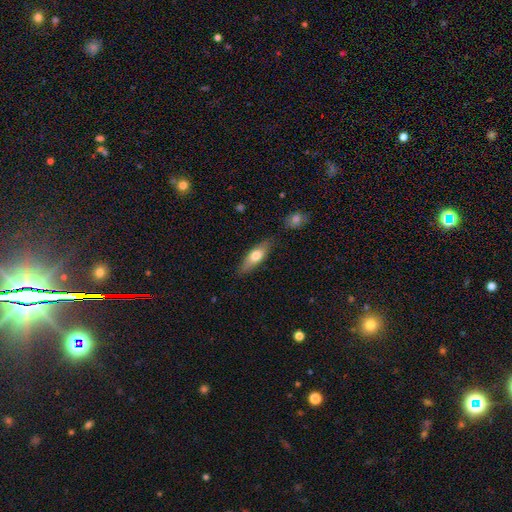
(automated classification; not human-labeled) This is likely a smooth galaxy (64%). How rounded: possibly in between (55%). Merging: likely none (80%).